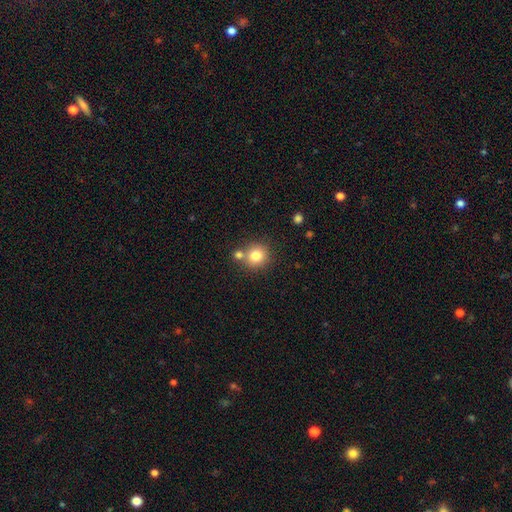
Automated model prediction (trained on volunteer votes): Smooth or featured: smooth — 78% (star or artifact — 12%)
How rounded: round — 91% (in between — 8%)
Merging: none — 67% (merger — 22%)